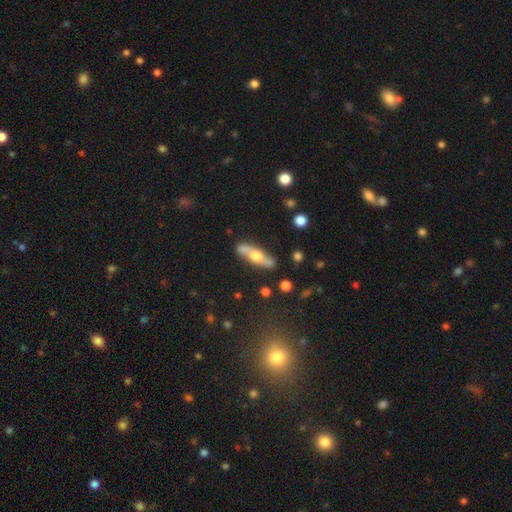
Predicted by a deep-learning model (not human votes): Smooth or featured: featured or disk — 53% (smooth — 41%)
Edge-on disk: yes — 61% (no — 39%)
Merging: none — 81% (minor disturbance — 12%)